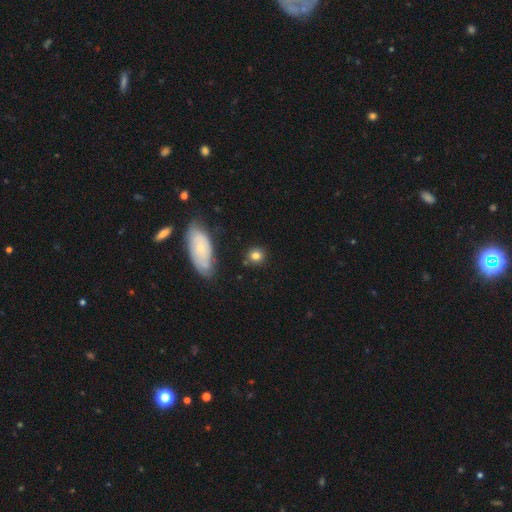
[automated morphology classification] Smooth or featured: smooth — 77% (featured or disk — 12%)
How rounded: round — 83% (in between — 15%)
Merging: none — 79% (minor disturbance — 12%)